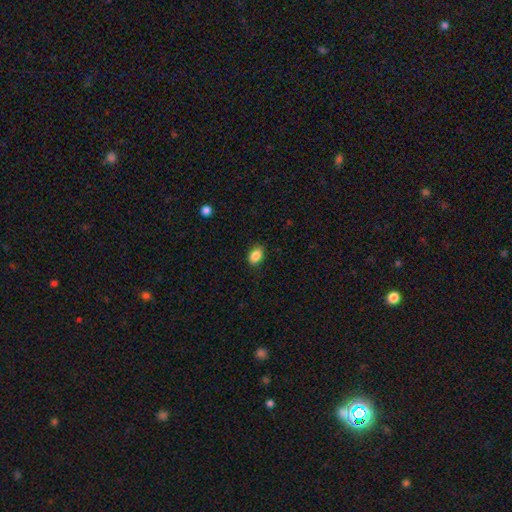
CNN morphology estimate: This is clearly a smooth galaxy (88%). How rounded: likely in between (79%). Merging: clearly none (85%).